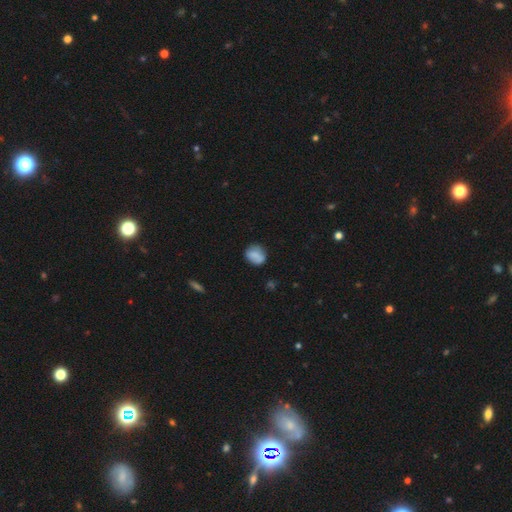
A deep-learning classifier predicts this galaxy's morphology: A smooth galaxy with no disk features (76%) that is round (59%). Merging: none (71%).